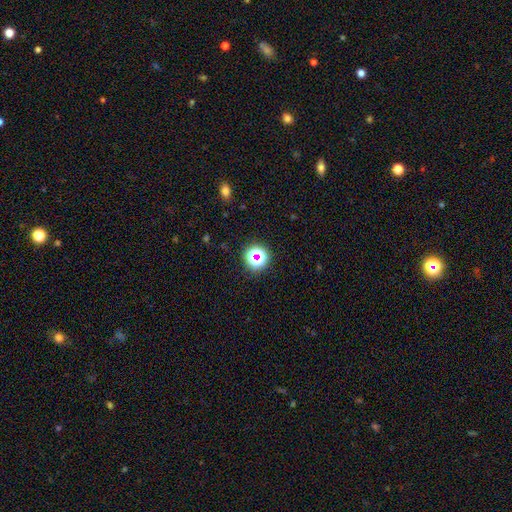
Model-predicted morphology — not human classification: Q: Smooth or featured?
A: star or artifact (58%); runner-up: smooth (32%)